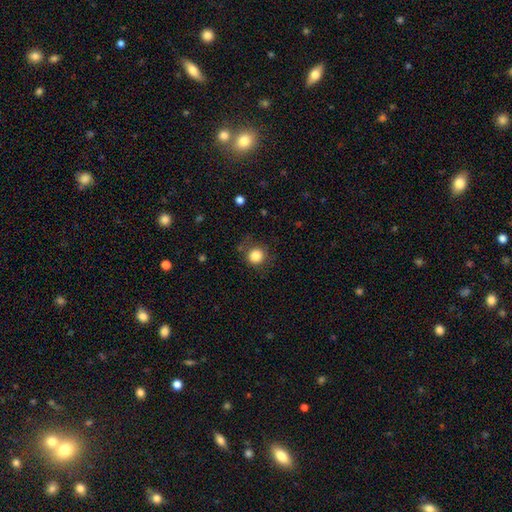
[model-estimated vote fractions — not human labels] Smooth or featured?
  - smooth: 84% *
  - star or artifact: 10%
  - featured or disk: 6%
How rounded?
  - round: 91% *
  - in between: 8%
  - cigar-shaped: 1%
Merging?
  - none: 77% *
  - minor disturbance: 14%
  - major disturbance: 6%
  - merger: 2%